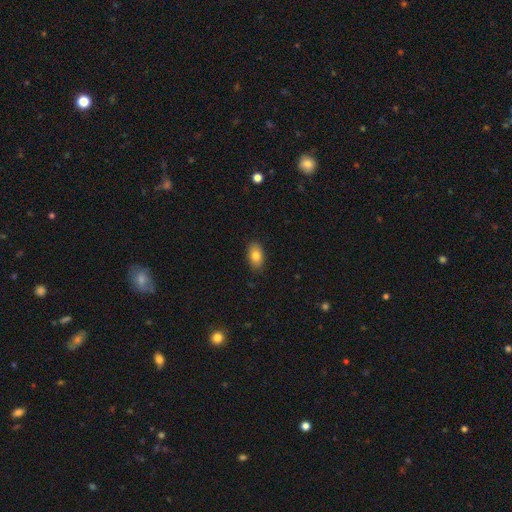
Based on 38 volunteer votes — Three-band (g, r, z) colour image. It shows a smooth galaxy with no disk features (89%) that is in between round and cigar-shaped (85%). Merging: none (89%).